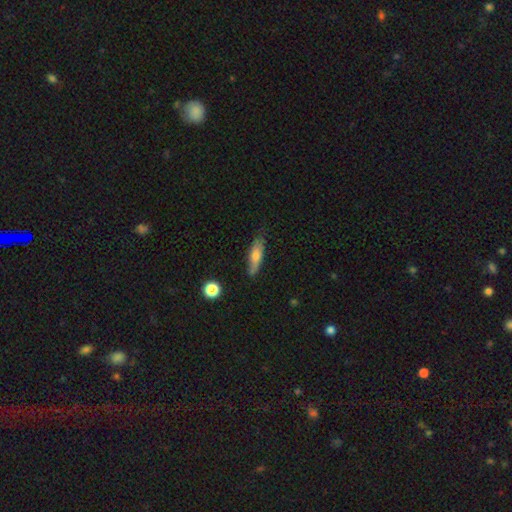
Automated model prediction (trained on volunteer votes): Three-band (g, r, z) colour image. It shows a smooth galaxy with no disk features (68%) that is cigar-shaped (56%). Merging: none (71%).